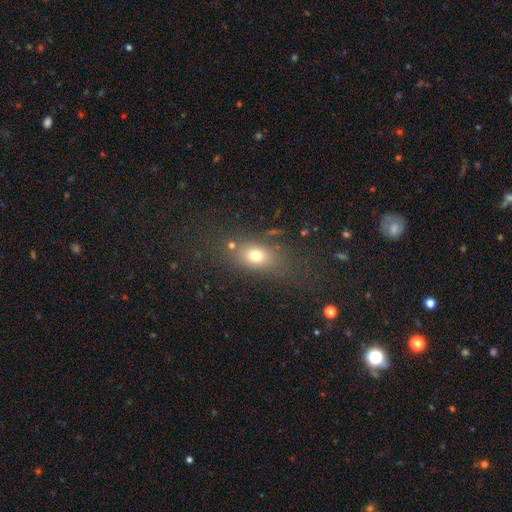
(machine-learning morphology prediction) Smooth or featured?
  - smooth: 71% *
  - star or artifact: 15%
  - featured or disk: 14%
How rounded?
  - in between: 66% *
  - round: 29%
  - cigar-shaped: 5%
Merging?
  - none: 69% *
  - minor disturbance: 15%
  - major disturbance: 10%
  - merger: 6%